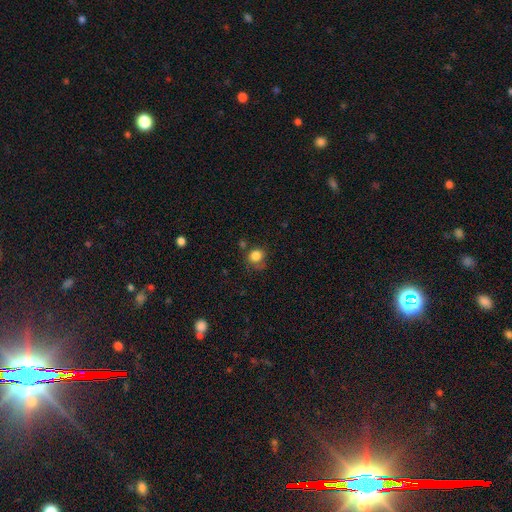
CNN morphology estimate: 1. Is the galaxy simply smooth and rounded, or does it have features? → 83% smooth, 11% star or artifact, 6% featured or disk.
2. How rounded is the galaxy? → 78% round, 22% in between, 1% cigar-shaped.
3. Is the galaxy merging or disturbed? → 64% none, 22% minor disturbance, 8% major disturbance, 6% merger.